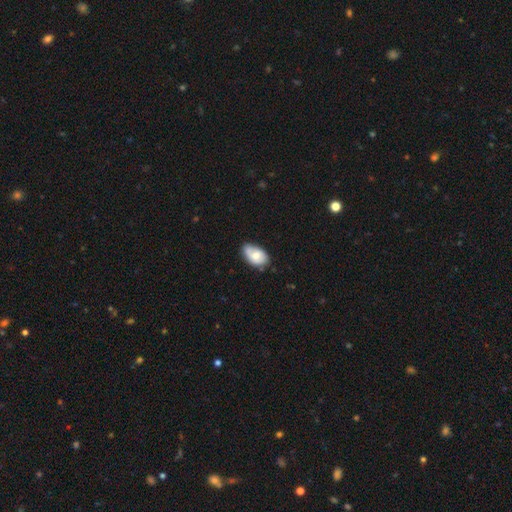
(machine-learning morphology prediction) type=smooth (66%); roundness=in between (92%); merging=none (61%).